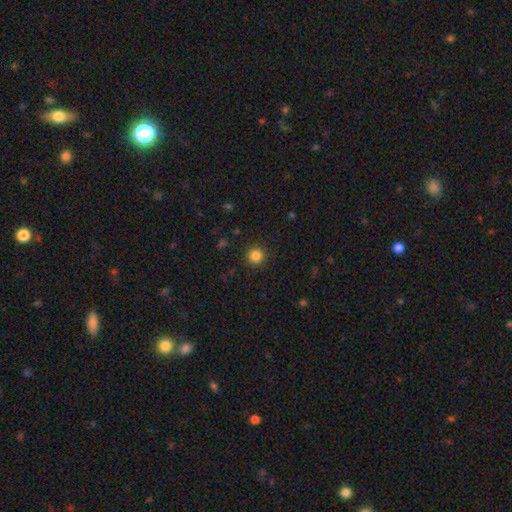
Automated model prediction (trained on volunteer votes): smooth 84%, star or artifact 12%, featured or disk 4%. Down the decision tree: how rounded — round (95%); merging — none (91%).